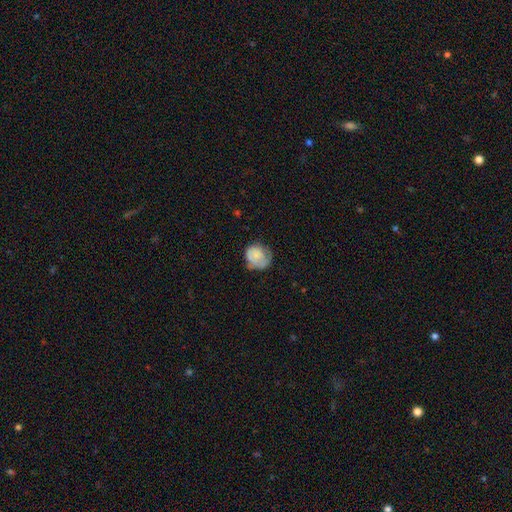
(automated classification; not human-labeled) A smooth galaxy with no disk features (71%) that is round (74%).

Vote fractions:
- Smooth or featured? smooth: 71% / featured or disk: 22% / star or artifact: 8%
- How rounded? round: 74% / in between: 25% / cigar-shaped: 1%
- Merging? none: 51% / minor disturbance: 32% / major disturbance: 15% / merger: 2%